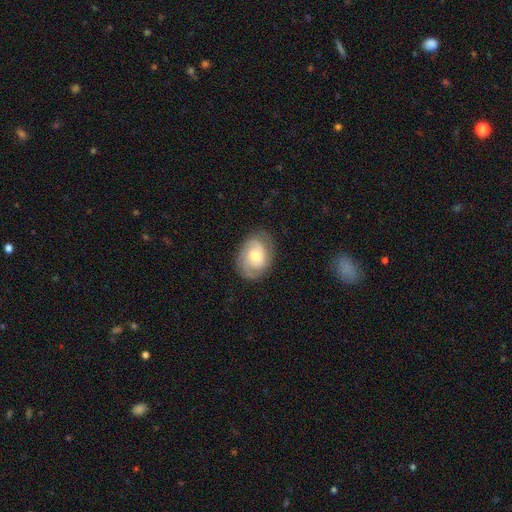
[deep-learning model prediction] The model was most divided on "spiral winding": tight: 54%, medium: 34%, loose: 12%. Remaining: edge-on disk — no (96%); spiral arms — yes (86%); merging — none (75%); bar — no (68%); smooth or featured — featured or disk (63%); bulge size — moderate (61%); spiral arm count — 2 (49%).